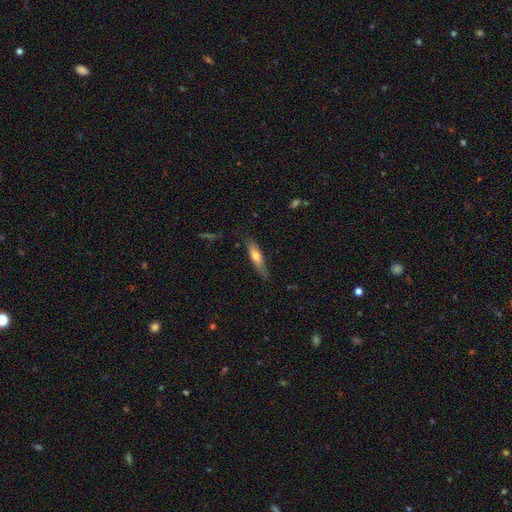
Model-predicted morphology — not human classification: smooth 60%, featured or disk 34%, star or artifact 6%. Down the decision tree: how rounded — cigar-shaped (76%); merging — none (78%).